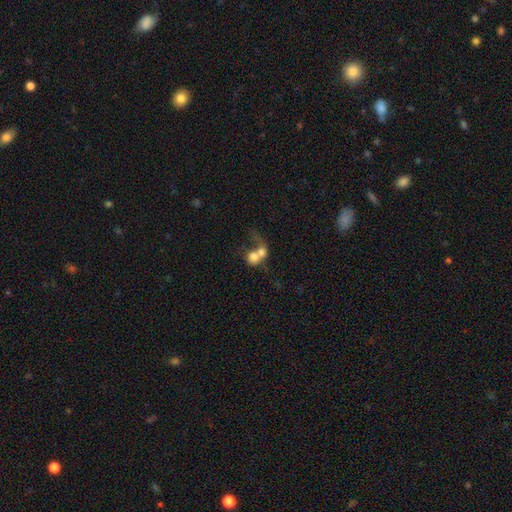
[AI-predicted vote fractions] This is likely a smooth galaxy (63%). How rounded: likely round (70%). Merging: likely merger (76%).